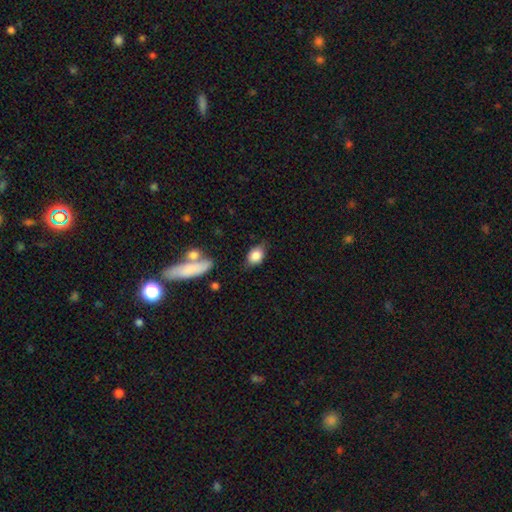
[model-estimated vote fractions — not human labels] Smooth or featured? smooth (80%)
How rounded? in between (73%)
Merging? none (66%)